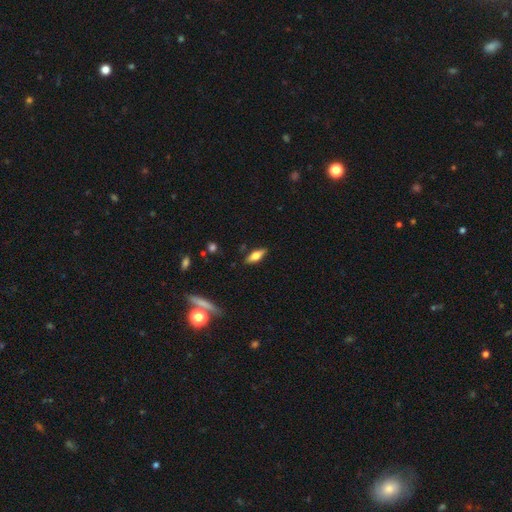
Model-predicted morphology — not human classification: Q: Smooth or featured?
A: smooth (57%); runner-up: featured or disk (36%)
Q: How rounded?
A: in between (62%); runner-up: cigar-shaped (35%)
Q: Merging?
A: none (86%); runner-up: minor disturbance (10%)